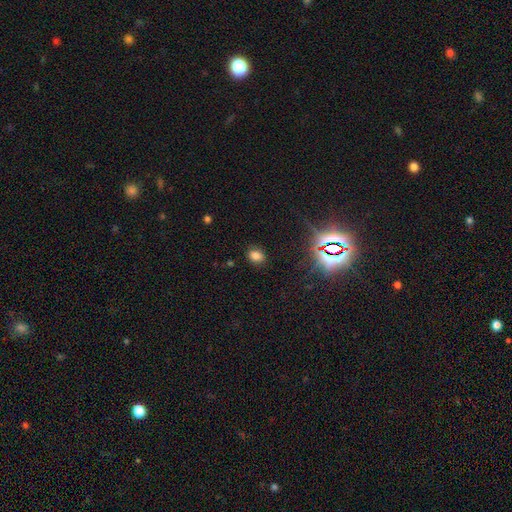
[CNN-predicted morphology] Smooth or featured? Predicted: smooth (p=0.73). How rounded? Predicted: in between (p=0.51). Merging? Predicted: none (p=0.86).